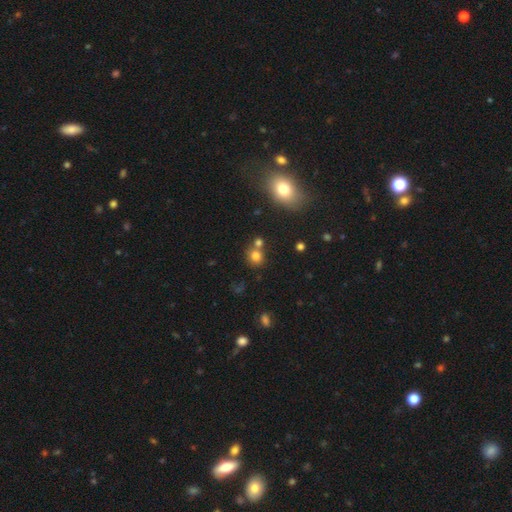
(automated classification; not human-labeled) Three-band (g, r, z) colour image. It shows a smooth galaxy with no disk features (78%) that is round (81%). Merging: none (60%).